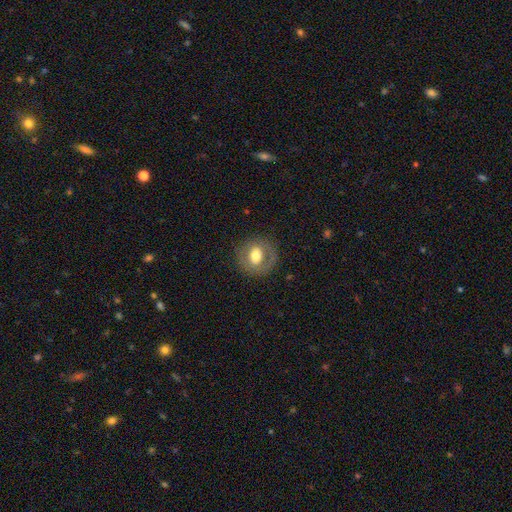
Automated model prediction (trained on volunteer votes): A smooth galaxy with no disk features (56%) that is round (76%).

Vote fractions:
- Smooth or featured? smooth: 56% / featured or disk: 36% / star or artifact: 8%
- How rounded? round: 76% / in between: 23% / cigar-shaped: 1%
- Merging? none: 78% / minor disturbance: 13% / major disturbance: 7% / merger: 1%